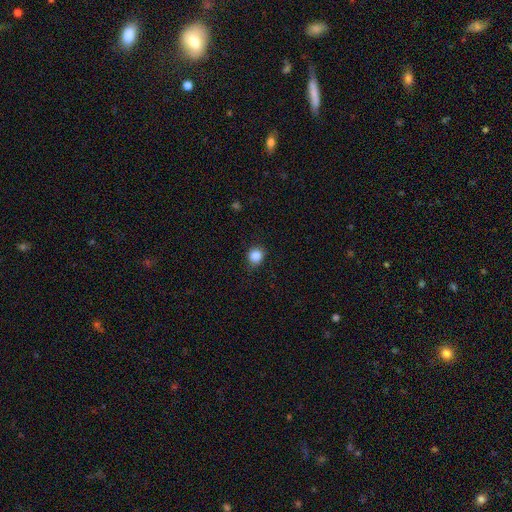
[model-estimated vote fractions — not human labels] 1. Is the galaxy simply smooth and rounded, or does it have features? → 86% smooth, 11% star or artifact, 4% featured or disk.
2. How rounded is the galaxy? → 83% round, 16% in between, 1% cigar-shaped.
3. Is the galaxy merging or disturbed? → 82% none, 14% minor disturbance, 3% major disturbance, 1% merger.